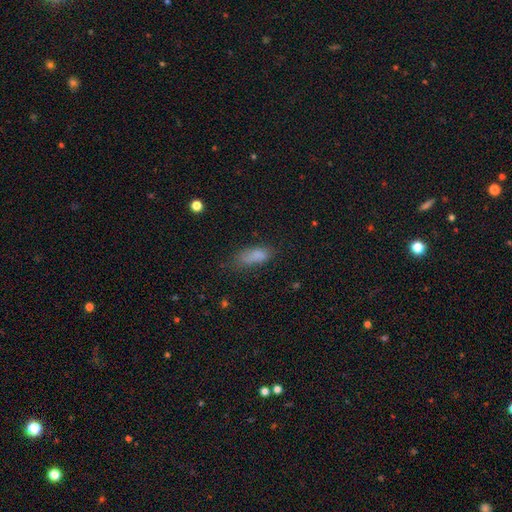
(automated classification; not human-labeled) A smooth galaxy with no disk features (80%) that is in between round and cigar-shaped (78%).

Vote fractions:
- Smooth or featured? smooth: 80% / star or artifact: 10% / featured or disk: 9%
- How rounded? in between: 78% / cigar-shaped: 19% / round: 3%
- Merging? none: 54% / minor disturbance: 29% / major disturbance: 13% / merger: 3%